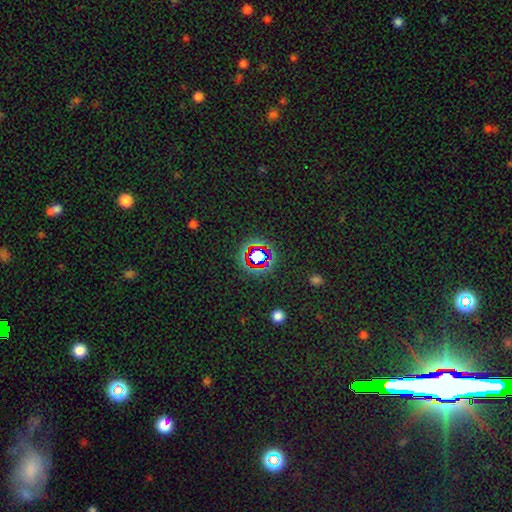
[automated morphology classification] star or artifact 70%, smooth 19%, featured or disk 11%.